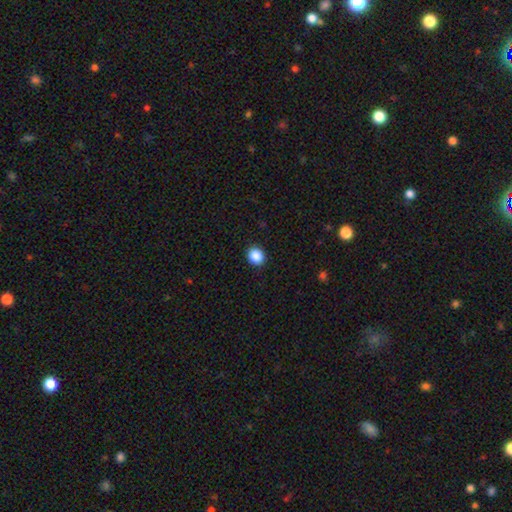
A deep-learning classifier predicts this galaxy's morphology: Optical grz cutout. It shows a smooth galaxy with no disk features (88%) that is round (79%). Merging: none (91%).